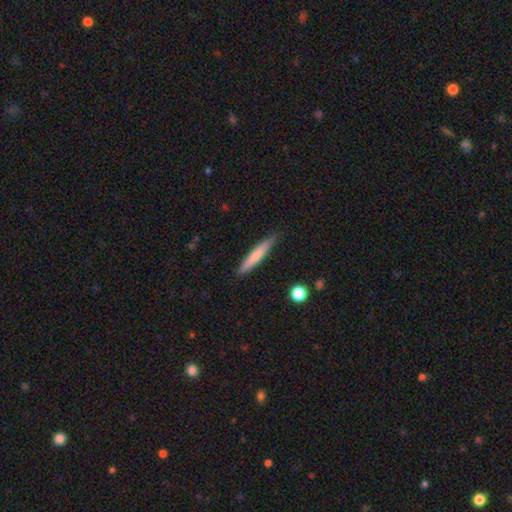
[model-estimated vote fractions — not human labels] A smooth galaxy with no disk features (66%) that is cigar-shaped (93%).

Vote fractions:
- Smooth or featured? smooth: 66% / featured or disk: 28% / star or artifact: 6%
- How rounded? cigar-shaped: 93% / in between: 6% / round: 1%
- Merging? none: 85% / minor disturbance: 12% / major disturbance: 2% / merger: 1%